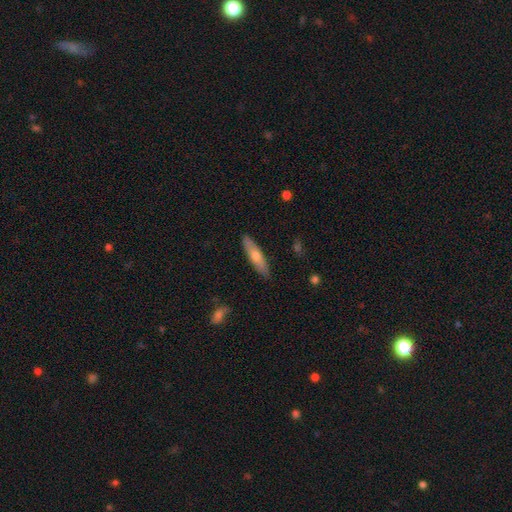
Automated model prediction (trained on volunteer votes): smooth_or_featured: smooth (p=0.55) [alt: featured or disk p=0.39]
how_rounded: cigar-shaped (p=0.76) [alt: in between p=0.22]
merging: none (p=0.88) [alt: minor disturbance p=0.09]